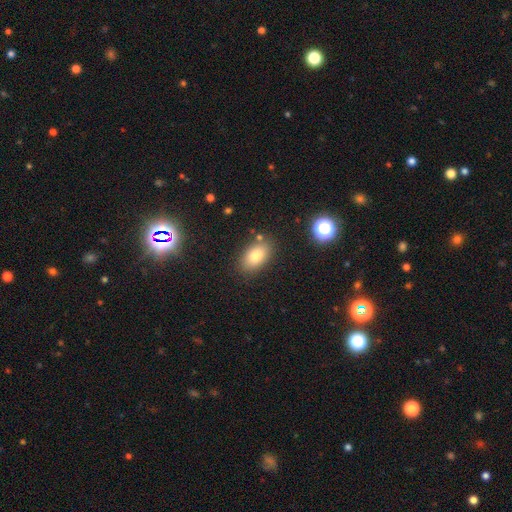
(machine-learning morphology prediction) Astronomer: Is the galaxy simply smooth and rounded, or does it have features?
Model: smooth — 80%.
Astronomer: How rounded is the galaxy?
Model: in between — 88%.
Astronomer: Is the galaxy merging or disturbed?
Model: none — 81%.